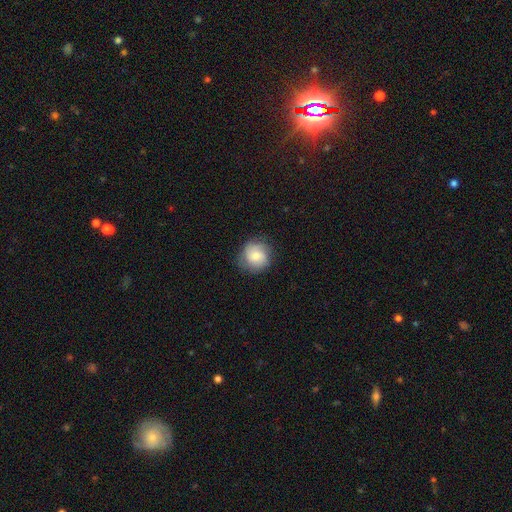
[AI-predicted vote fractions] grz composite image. It shows a smooth galaxy with no disk features (63%) that is round (89%). Merging: none (79%).